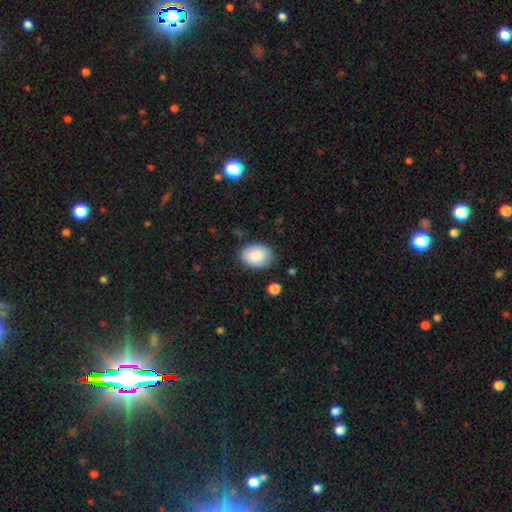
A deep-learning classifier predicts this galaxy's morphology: Q: Smooth or featured?
A: smooth (87%); runner-up: star or artifact (7%)
Q: How rounded?
A: in between (75%); runner-up: round (24%)
Q: Merging?
A: none (78%); runner-up: minor disturbance (17%)